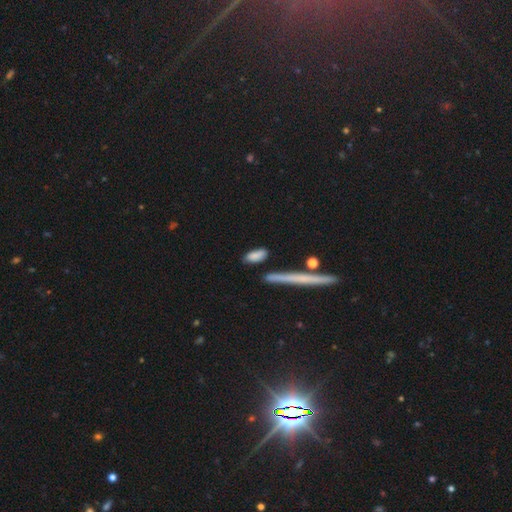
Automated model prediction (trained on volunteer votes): A smooth galaxy with no disk features (83%) that is in between round and cigar-shaped (73%).

Vote fractions:
- Smooth or featured? smooth: 83% / featured or disk: 10% / star or artifact: 7%
- How rounded? in between: 73% / cigar-shaped: 23% / round: 4%
- Merging? none: 76% / minor disturbance: 15% / merger: 5% / major disturbance: 4%